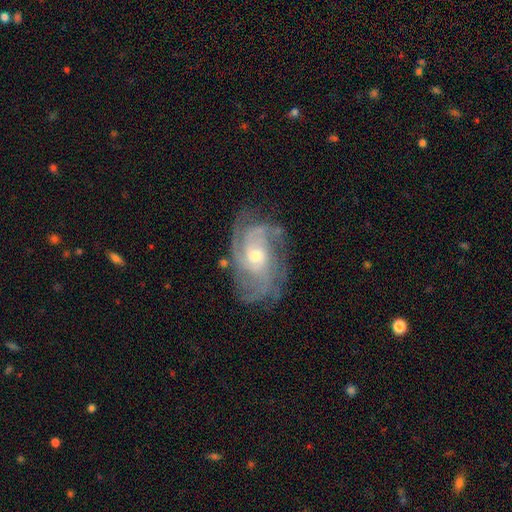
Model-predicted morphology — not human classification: A featured or disk galaxy (88%) with no bar (67%), tight (57%) spiral arms (97%) and a moderate central bulge (59%).

Vote fractions:
- Smooth or featured? featured or disk: 88% / star or artifact: 6% / smooth: 6%
- Edge-on disk? no: 96% / yes: 4%
- Bar? no: 67% / weak: 27% / strong: 6%
- Spiral arms? yes: 97% / no: 3%
- Spiral winding? tight: 57% / medium: 34% / loose: 9%
- Spiral arm count? can't tell: 26% / 3: 25% / 4: 21% / 2: 13% / more than 4: 9% / 1: 7%
- Bulge size? moderate: 59% / small: 36% / large: 3% / none: 1% / dominant: 1%
- Merging? none: 72% / minor disturbance: 19% / major disturbance: 8% / merger: 2%